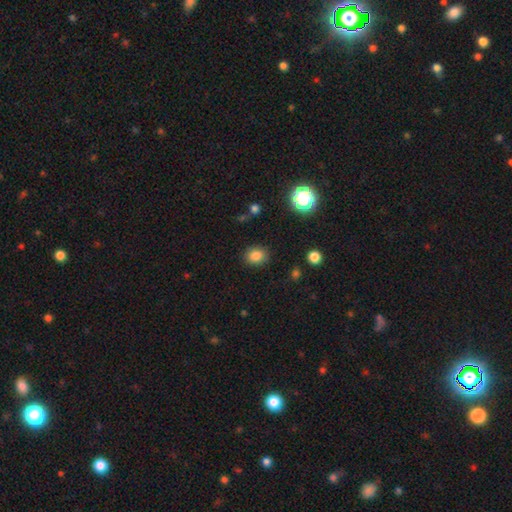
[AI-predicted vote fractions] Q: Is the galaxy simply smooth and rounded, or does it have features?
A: smooth — 82%.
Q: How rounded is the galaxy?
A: round — 53%.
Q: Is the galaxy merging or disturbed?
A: none — 86%.